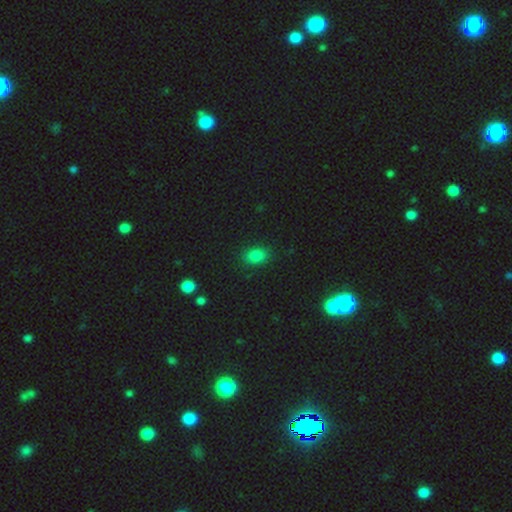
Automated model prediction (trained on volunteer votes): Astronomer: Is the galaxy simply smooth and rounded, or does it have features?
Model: smooth — 82%.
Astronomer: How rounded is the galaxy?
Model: in between — 77%.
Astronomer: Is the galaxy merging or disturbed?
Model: none — 87%.